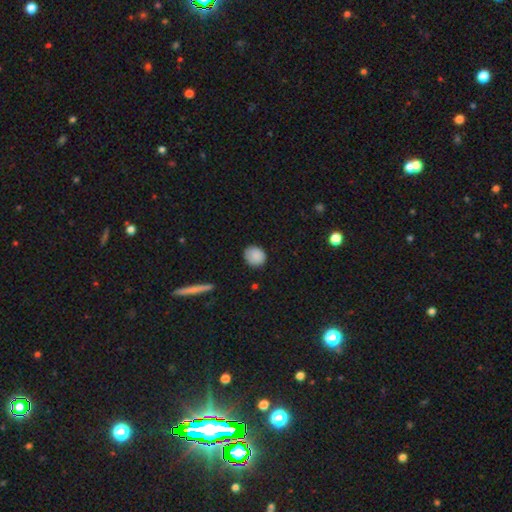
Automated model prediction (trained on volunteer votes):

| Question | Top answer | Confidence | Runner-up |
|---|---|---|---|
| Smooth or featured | smooth | 87% | star or artifact (8%) |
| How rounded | round | 79% | in between (20%) |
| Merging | none | 82% | minor disturbance (15%) |